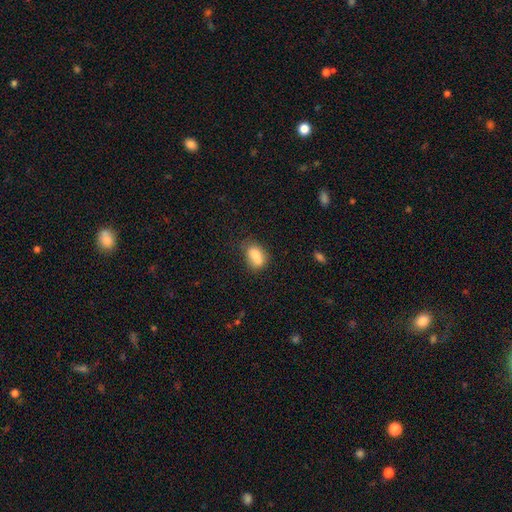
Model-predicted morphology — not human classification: Smooth or featured? Predicted: smooth (p=0.74). How rounded? Predicted: in between (p=0.75). Merging? Predicted: merger (p=0.42).